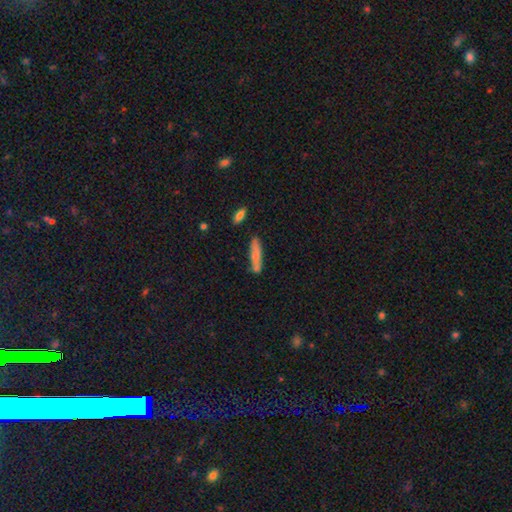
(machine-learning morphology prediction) A smooth galaxy with no disk features (74%) that is cigar-shaped (83%).

Vote fractions:
- Smooth or featured? smooth: 74% / featured or disk: 19% / star or artifact: 7%
- How rounded? cigar-shaped: 83% / in between: 15% / round: 2%
- Merging? none: 69% / minor disturbance: 18% / merger: 9% / major disturbance: 4%